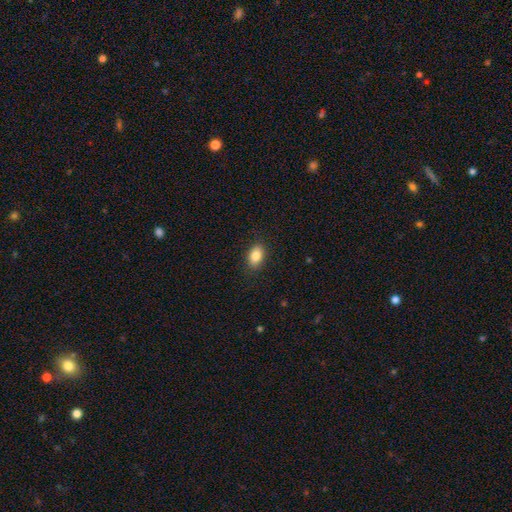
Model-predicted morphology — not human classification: Smooth or featured?
  - smooth: 85% *
  - star or artifact: 8%
  - featured or disk: 7%
How rounded?
  - in between: 88% *
  - round: 11%
  - cigar-shaped: 2%
Merging?
  - none: 88% *
  - minor disturbance: 9%
  - major disturbance: 2%
  - merger: 1%